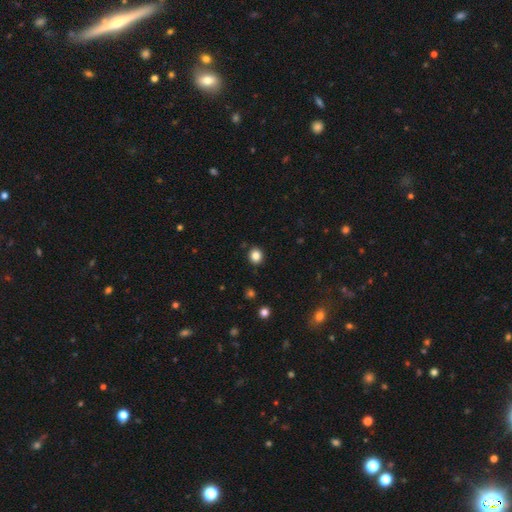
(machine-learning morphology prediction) A smooth galaxy with no disk features (84%) that is round (81%). Merging: none (90%).